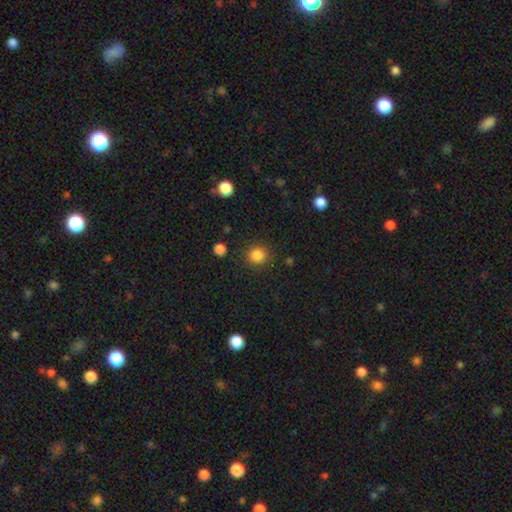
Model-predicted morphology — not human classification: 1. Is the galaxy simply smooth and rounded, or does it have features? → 85% smooth, 12% star or artifact, 4% featured or disk.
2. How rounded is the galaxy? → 89% round, 10% in between, 1% cigar-shaped.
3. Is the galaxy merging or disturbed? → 87% none, 8% minor disturbance, 3% major disturbance, 2% merger.